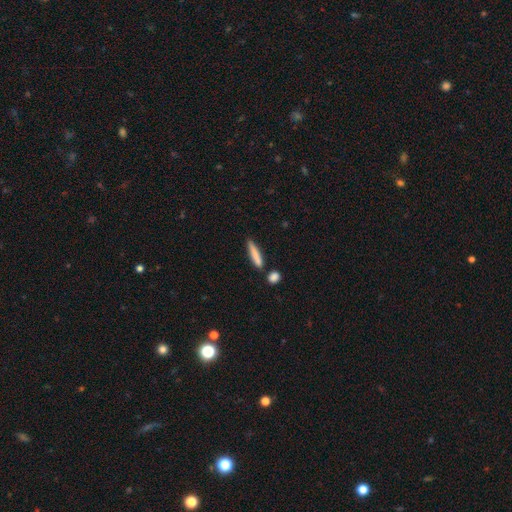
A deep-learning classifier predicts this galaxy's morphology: Smooth or featured: smooth — 79% (featured or disk — 14%)
How rounded: cigar-shaped — 89% (in between — 9%)
Merging: none — 74% (minor disturbance — 14%)